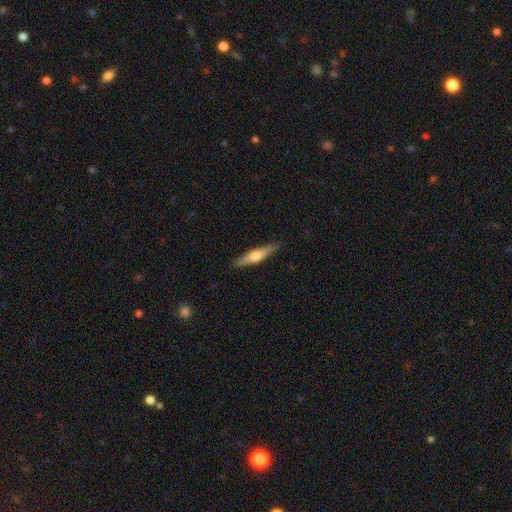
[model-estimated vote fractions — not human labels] A featured or disk galaxy (55%) viewed edge-on (96%) with a rounded central bulge (91%).

Vote fractions:
- Smooth or featured? featured or disk: 55% / smooth: 39% / star or artifact: 6%
- Edge-on disk? yes: 96% / no: 4%
- Edge-on bulge? rounded: 91% / boxy: 5% / none: 4%
- Merging? none: 90% / minor disturbance: 7% / major disturbance: 2% / merger: 1%